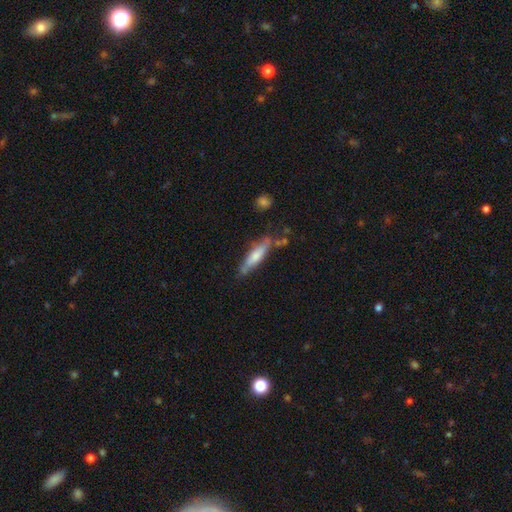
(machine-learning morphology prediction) A smooth galaxy with no disk features (54%) that is cigar-shaped (82%). Merging: none (71%).